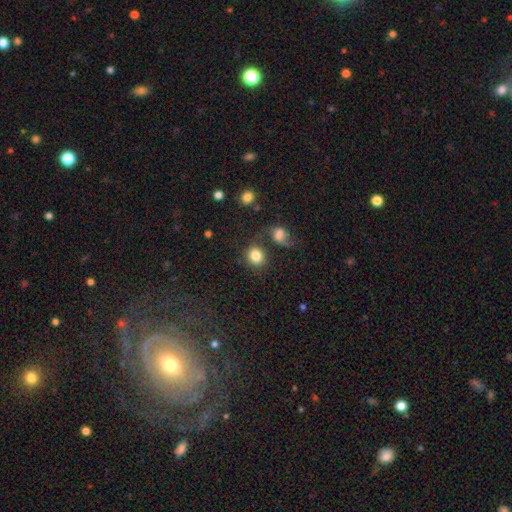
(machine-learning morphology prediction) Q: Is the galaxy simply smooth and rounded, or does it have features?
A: smooth — 82%.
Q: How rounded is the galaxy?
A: round — 67%.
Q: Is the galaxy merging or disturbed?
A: none — 65%.